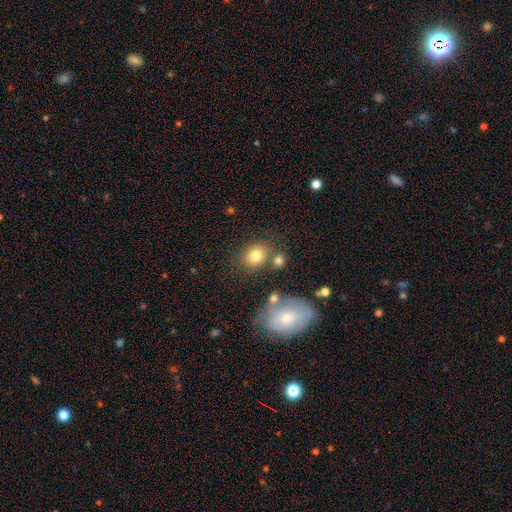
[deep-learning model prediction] Smooth or featured?
  - smooth: 78% *
  - featured or disk: 12%
  - star or artifact: 10%
How rounded?
  - round: 57% *
  - in between: 42%
  - cigar-shaped: 1%
Merging?
  - none: 67% *
  - merger: 14%
  - minor disturbance: 13%
  - major disturbance: 5%